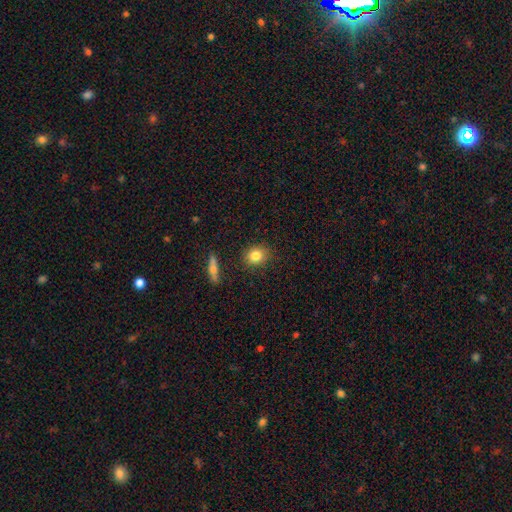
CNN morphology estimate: This appears to be a smooth galaxy with no disk features (81%) that is round (65%). Merging: none (85%).